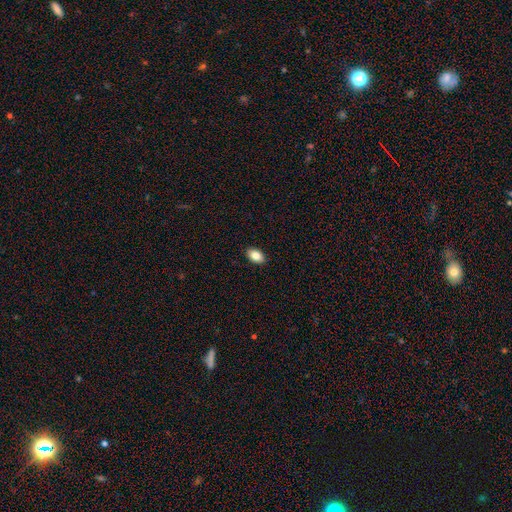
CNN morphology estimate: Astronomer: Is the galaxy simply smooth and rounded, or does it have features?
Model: smooth — 85%.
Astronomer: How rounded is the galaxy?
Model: in between — 90%.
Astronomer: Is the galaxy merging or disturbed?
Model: none — 90%.